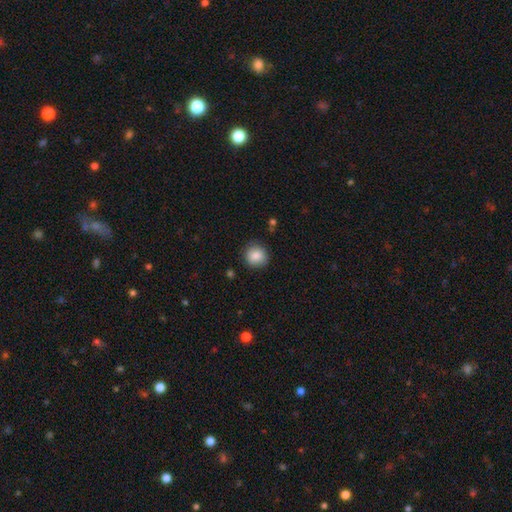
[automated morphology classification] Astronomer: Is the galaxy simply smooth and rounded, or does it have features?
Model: smooth — 86%.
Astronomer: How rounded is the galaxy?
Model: round — 89%.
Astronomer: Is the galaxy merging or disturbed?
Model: none — 86%.